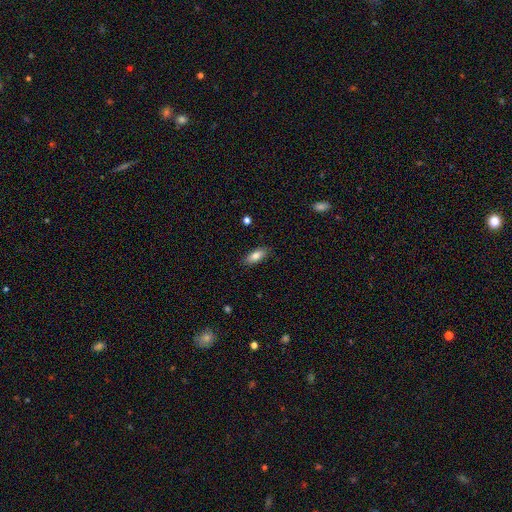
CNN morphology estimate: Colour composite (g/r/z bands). It shows a smooth galaxy with no disk features (82%) that is in between round and cigar-shaped (78%). Merging: none (86%).